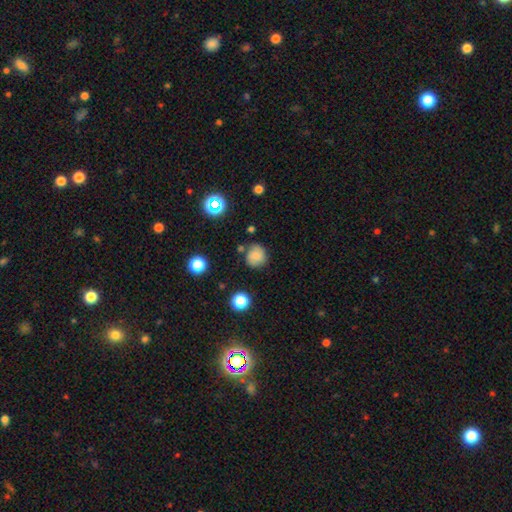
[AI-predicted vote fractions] A smooth galaxy with no disk features (72%) that is round (87%). Merging: none (74%).